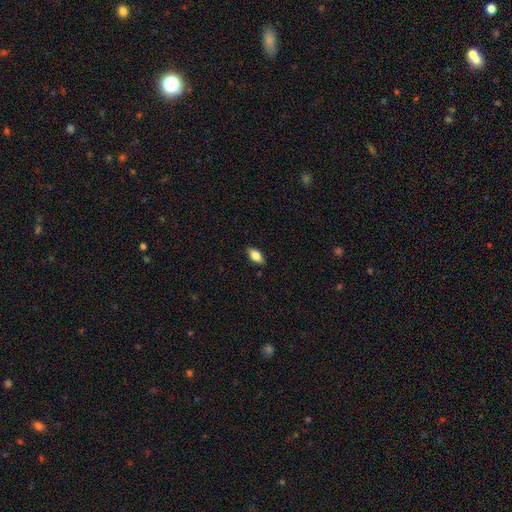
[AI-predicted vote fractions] A smooth galaxy with no disk features (75%) that is in between round and cigar-shaped (88%). Merging: none (86%).